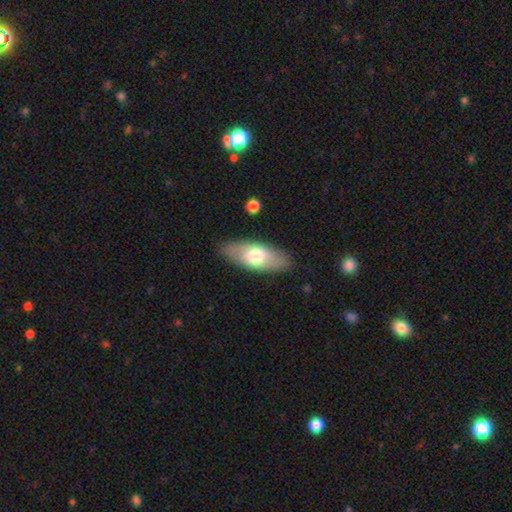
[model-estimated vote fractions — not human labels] The model was most divided on "smooth or featured": smooth: 66%, featured or disk: 28%, star or artifact: 6%. More confident: merging — none (85%); how rounded — in between (82%).